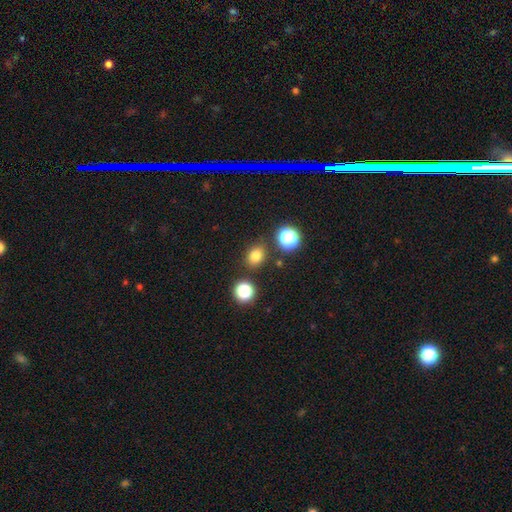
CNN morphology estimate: The model was most divided on "how rounded": round: 54%, in between: 45%, cigar-shaped: 1%. More confident: merging — none (82%); smooth or featured — smooth (78%).